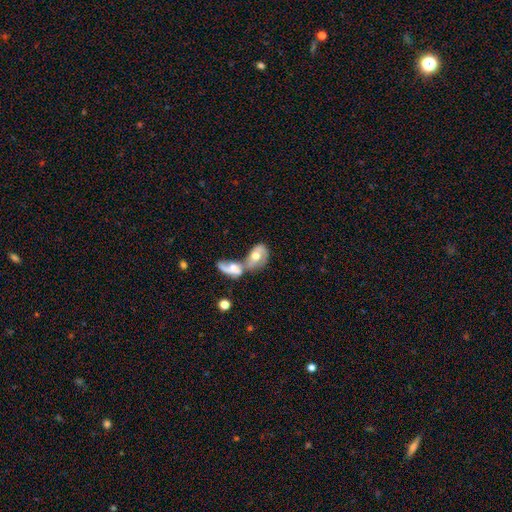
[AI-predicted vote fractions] Overall: featured or disk (48%; smooth 44%). Merging: merger (72%).